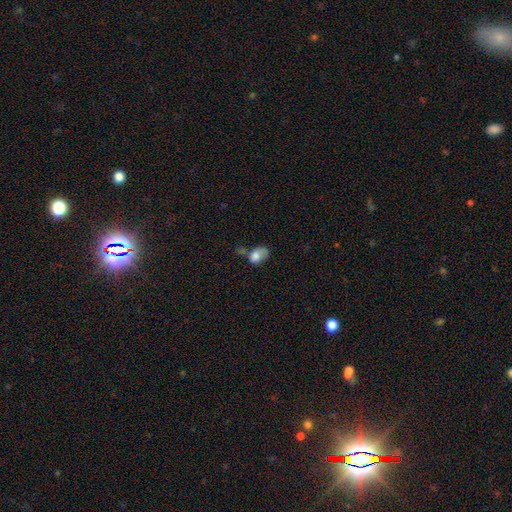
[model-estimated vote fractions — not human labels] Morphology: type=smooth (75%); roundness=in between (79%); merging=minor disturbance (28%).